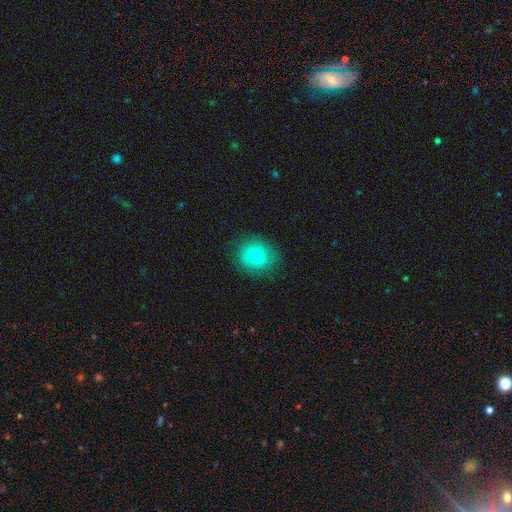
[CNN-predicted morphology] This is likely a smooth galaxy (77%). How rounded: likely round (71%). Merging: clearly none (82%).